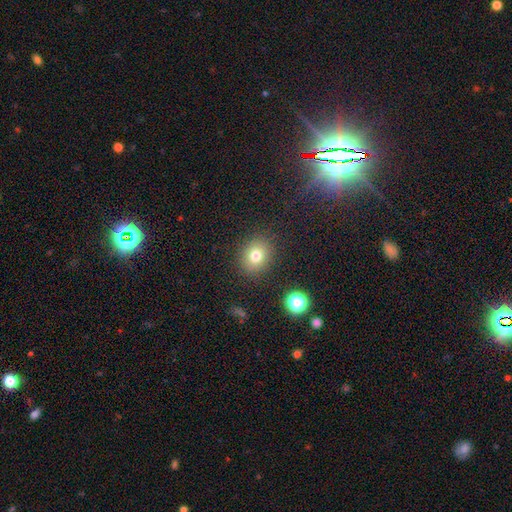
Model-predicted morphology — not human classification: smooth 76%, star or artifact 14%, featured or disk 10%. Down the decision tree: how rounded — round (68%); merging — none (87%).